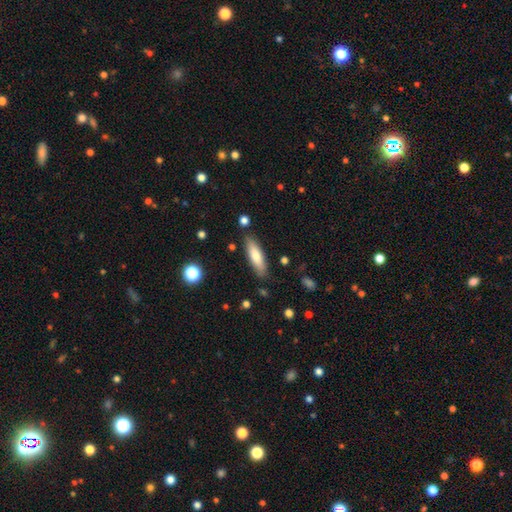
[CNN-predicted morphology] Smooth or featured? Predicted: smooth (p=0.72). How rounded? Predicted: cigar-shaped (p=0.60). Merging? Predicted: none (p=0.84).